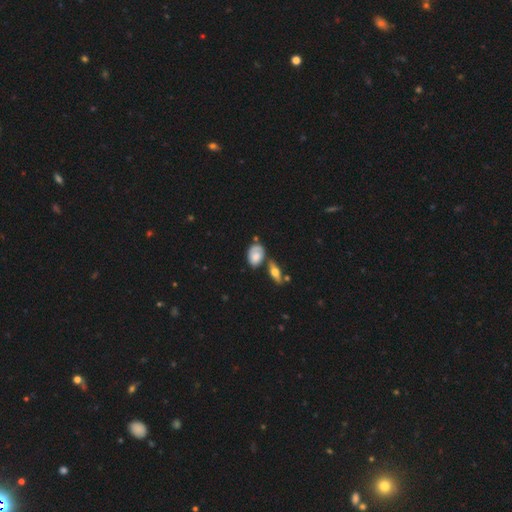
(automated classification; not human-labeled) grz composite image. It shows a smooth galaxy with no disk features (65%) that is in between round and cigar-shaped (82%). Merging: none (49%).